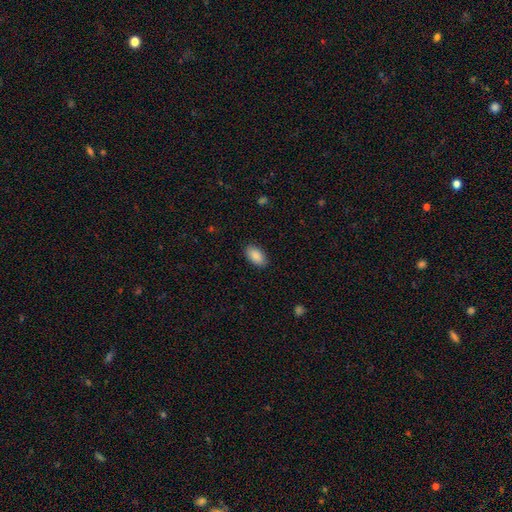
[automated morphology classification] type=smooth (89%); roundness=in between (94%); merging=none (86%).